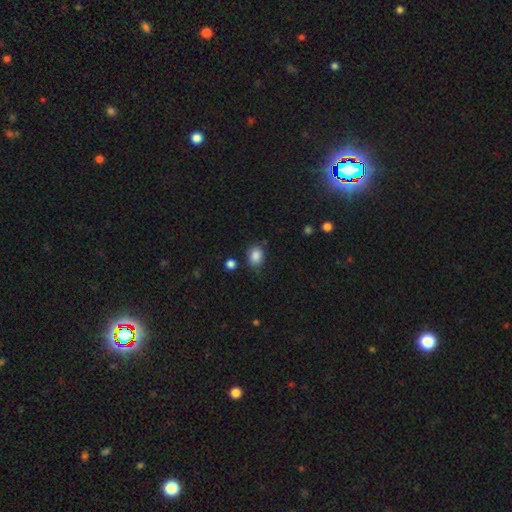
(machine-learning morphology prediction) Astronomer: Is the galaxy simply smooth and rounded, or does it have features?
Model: smooth — 86%.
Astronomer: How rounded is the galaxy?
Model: in between — 51% (runner-up: round, 48%).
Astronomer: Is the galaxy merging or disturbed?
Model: none — 72%.